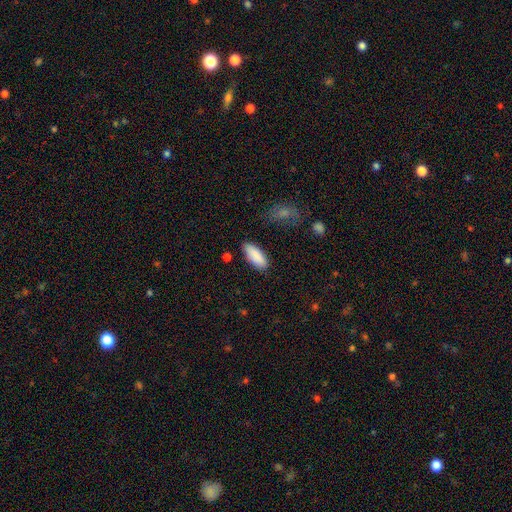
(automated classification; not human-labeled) Q: Smooth or featured?
A: smooth (89%); runner-up: star or artifact (6%)
Q: How rounded?
A: in between (80%); runner-up: cigar-shaped (19%)
Q: Merging?
A: none (84%); runner-up: minor disturbance (12%)